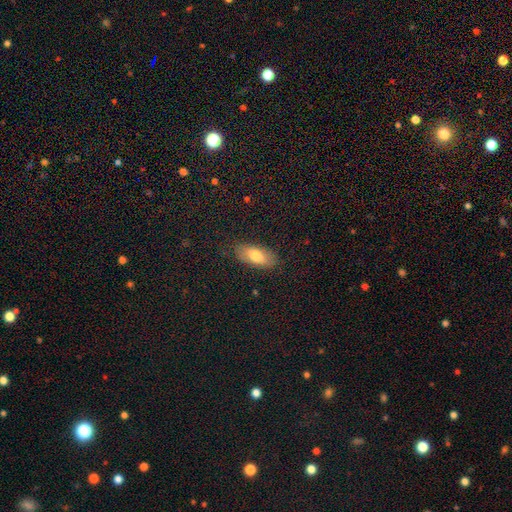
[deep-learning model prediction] Overall: smooth (75%). How rounded: in between (85%). Merging: none (85%).